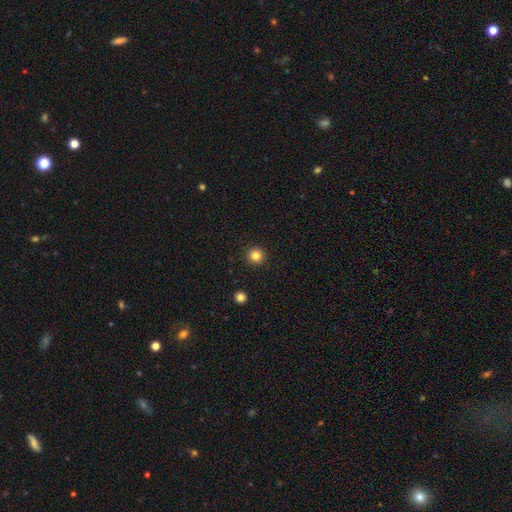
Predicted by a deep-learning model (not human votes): Smooth or featured: smooth — 83% (star or artifact — 12%)
How rounded: round — 96% (in between — 3%)
Merging: none — 93% (minor disturbance — 4%)